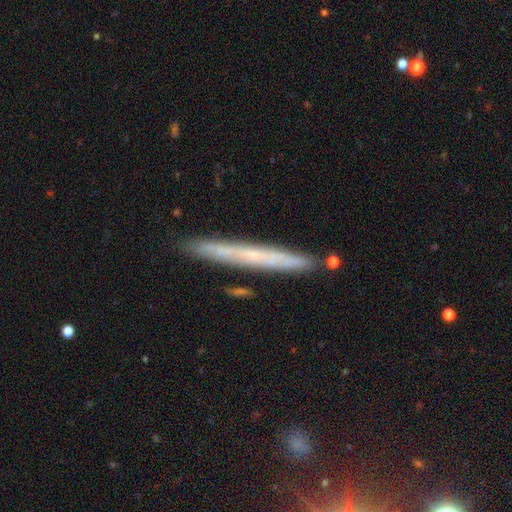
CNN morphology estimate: This is possibly a featured or disk galaxy (56%). It is clearly viewed edge-on (94%). Edge-on bulge: likely none (68%). Merging: clearly none (88%).